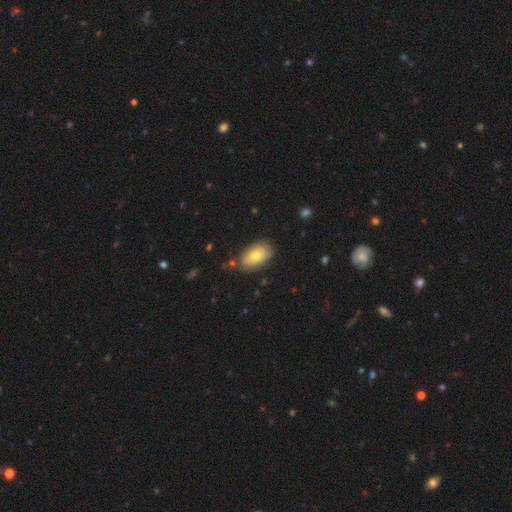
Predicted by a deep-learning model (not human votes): This appears to be a smooth galaxy with no disk features (63%) that is in between round and cigar-shaped (90%). Merging: none (74%).